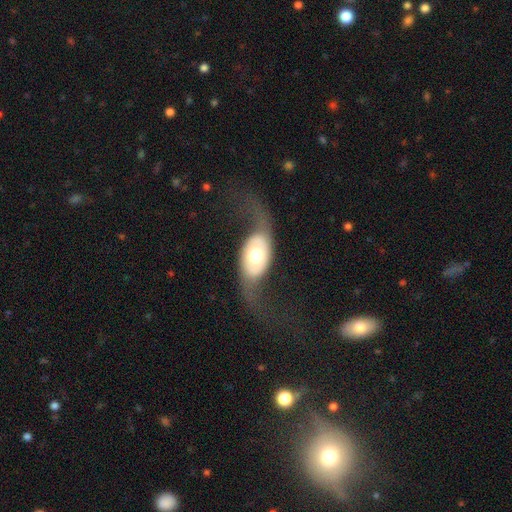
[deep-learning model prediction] Smooth or featured: featured or disk — 70% (smooth — 25%)
Edge-on disk: no — 87% (yes — 13%)
Bar: no — 73% (weak — 18%)
Spiral arms: yes — 73% (no — 27%)
Bulge size: moderate — 60% (large — 27%)
Merging: none — 51% (major disturbance — 32%)